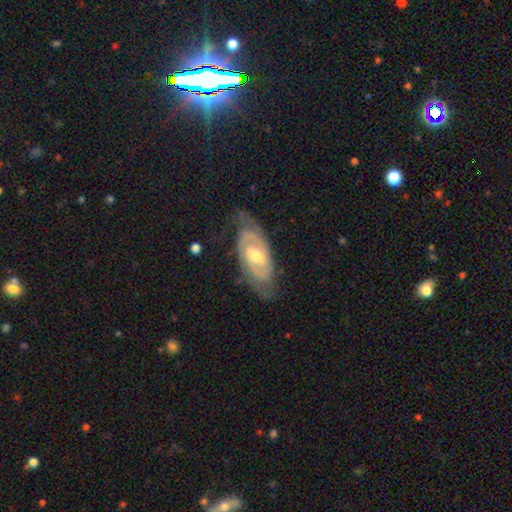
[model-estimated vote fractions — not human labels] Smooth or featured: featured or disk — 85% (smooth — 10%)
Edge-on disk: no — 94% (yes — 6%)
Bar: weak — 49% (no — 33%)
Spiral arms: yes — 95% (no — 5%)
Spiral winding: tight — 60% (medium — 32%)
Spiral arm count: 2 — 74% (can't tell — 15%)
Bulge size: moderate — 55% (small — 41%)
Merging: none — 71% (minor disturbance — 20%)